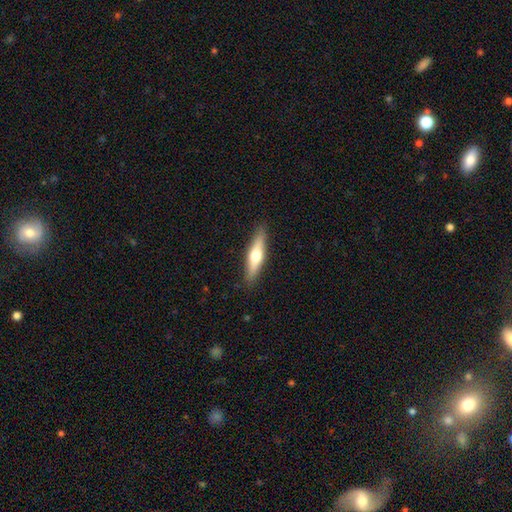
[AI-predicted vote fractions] Morphology: type=featured or disk (49%); merging=none (89%).